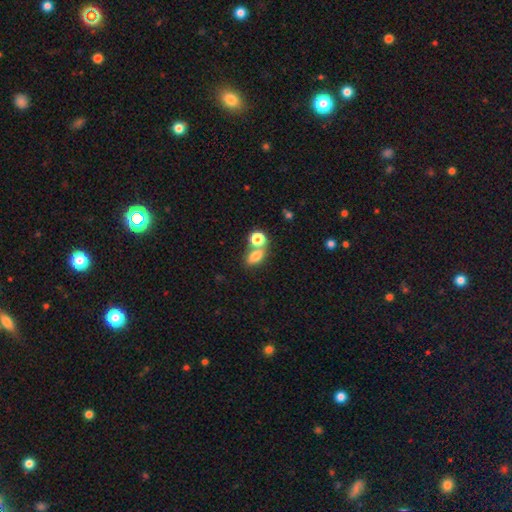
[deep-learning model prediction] Smooth or featured: smooth — 77% (star or artifact — 12%)
How rounded: in between — 72% (round — 25%)
Merging: none — 45% (merger — 40%)